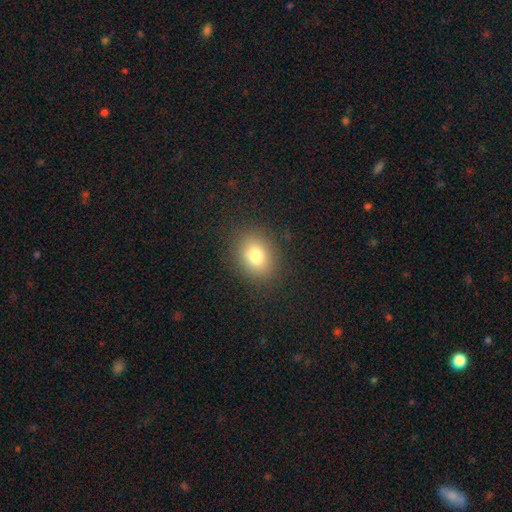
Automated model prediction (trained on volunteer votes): Overall: smooth (78%). How rounded: in between (50%; round 48%). Merging: none (87%).